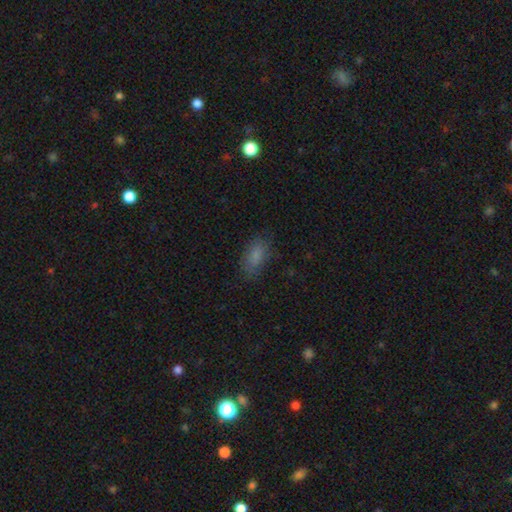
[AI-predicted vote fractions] Q: Smooth or featured?
A: smooth (81%); runner-up: star or artifact (10%)
Q: How rounded?
A: in between (87%); runner-up: cigar-shaped (9%)
Q: Merging?
A: none (77%); runner-up: minor disturbance (16%)